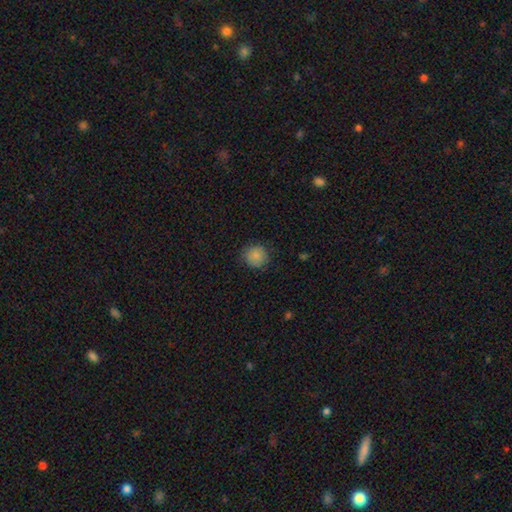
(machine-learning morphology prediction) Smooth or featured?
  - smooth: 85% *
  - star or artifact: 9%
  - featured or disk: 6%
How rounded?
  - round: 89% *
  - in between: 10%
  - cigar-shaped: 1%
Merging?
  - none: 82% *
  - minor disturbance: 14%
  - major disturbance: 3%
  - merger: 1%